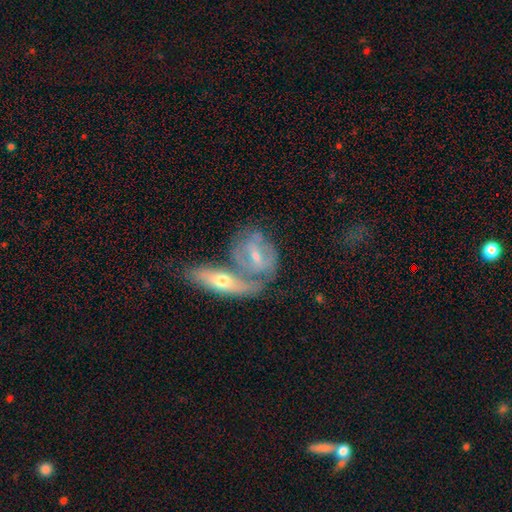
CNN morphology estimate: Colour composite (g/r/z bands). It shows a featured or disk galaxy (65%) with a weak bar (42%), spiral arms (60%) and a small central bulge (50%). Merging: merger (52%).